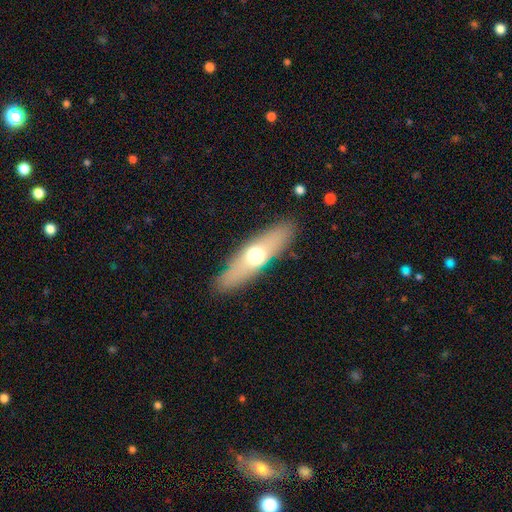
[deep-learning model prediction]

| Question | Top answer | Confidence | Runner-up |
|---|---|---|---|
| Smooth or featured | smooth | 54% | featured or disk (38%) |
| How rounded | cigar-shaped | 54% | in between (42%) |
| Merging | none | 87% | minor disturbance (9%) |